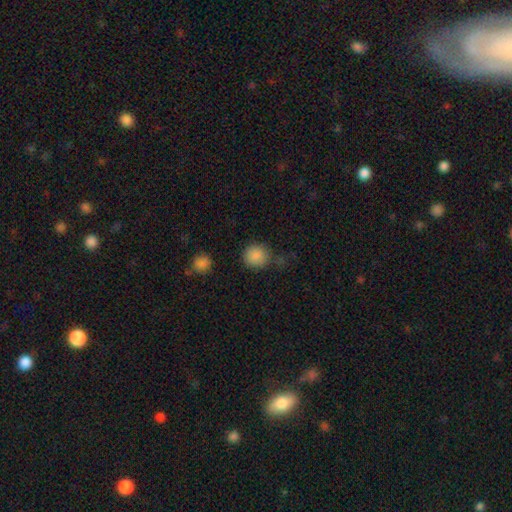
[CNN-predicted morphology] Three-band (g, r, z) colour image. It shows a smooth galaxy with no disk features (86%) that is round (88%). Merging: none (74%).